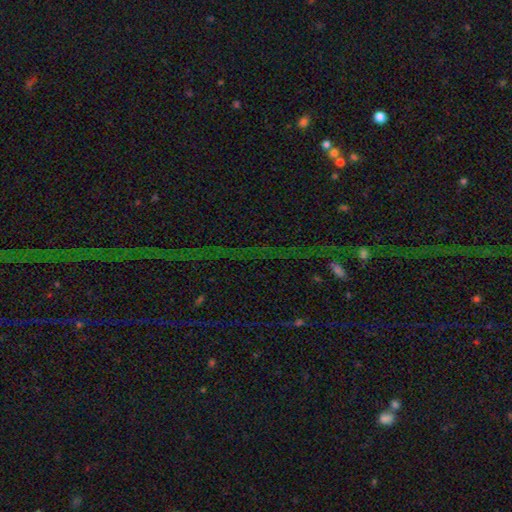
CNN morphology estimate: Overall: star or artifact (79%).